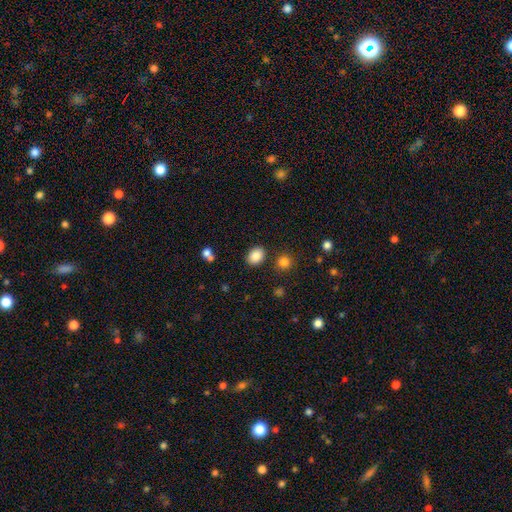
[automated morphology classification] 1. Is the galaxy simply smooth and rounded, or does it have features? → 86% smooth, 9% star or artifact, 5% featured or disk.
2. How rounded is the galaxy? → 65% in between, 34% round, 1% cigar-shaped.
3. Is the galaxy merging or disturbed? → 85% none, 9% minor disturbance, 4% merger, 3% major disturbance.